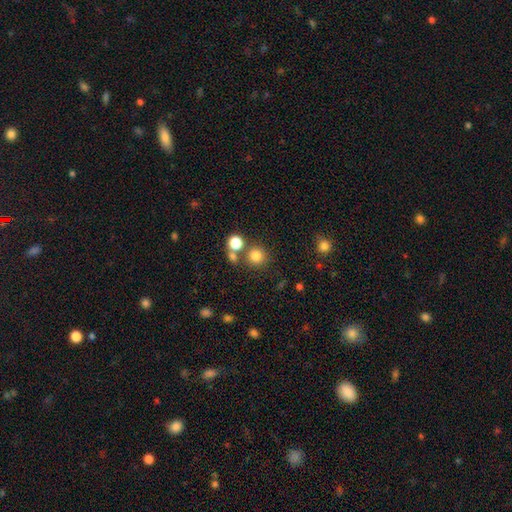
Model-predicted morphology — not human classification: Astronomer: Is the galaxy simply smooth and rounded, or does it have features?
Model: smooth — 80%.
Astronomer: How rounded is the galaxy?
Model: round — 92%.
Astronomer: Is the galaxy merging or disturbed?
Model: none — 73%.